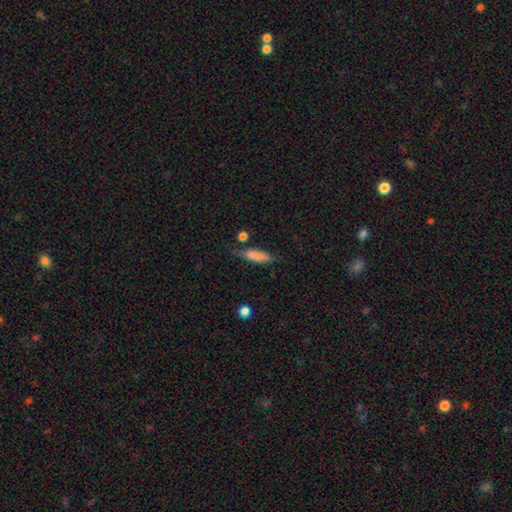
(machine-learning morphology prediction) smooth 80%, featured or disk 13%, star or artifact 7%. Down the decision tree: how rounded — cigar-shaped (67%); merging — none (60%).